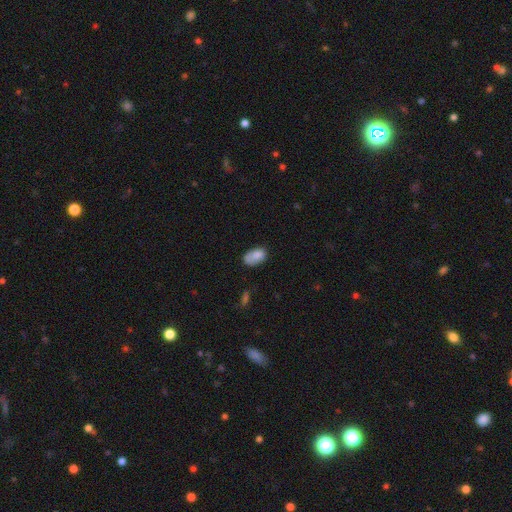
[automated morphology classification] A smooth galaxy with no disk features (80%) that is in between round and cigar-shaped (90%).

Vote fractions:
- Smooth or featured? smooth: 80% / featured or disk: 12% / star or artifact: 8%
- How rounded? in between: 90% / round: 8% / cigar-shaped: 2%
- Merging? none: 55% / minor disturbance: 29% / major disturbance: 11% / merger: 6%